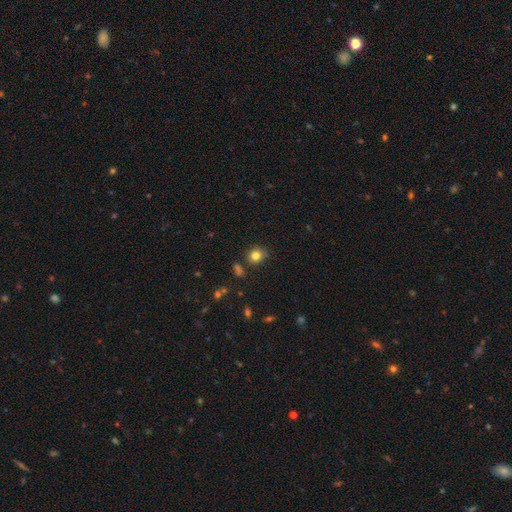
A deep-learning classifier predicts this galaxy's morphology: A smooth galaxy with no disk features (81%) that is round (83%).

Vote fractions:
- Smooth or featured? smooth: 81% / star or artifact: 12% / featured or disk: 7%
- How rounded? round: 83% / in between: 16% / cigar-shaped: 1%
- Merging? none: 80% / minor disturbance: 12% / merger: 5% / major disturbance: 3%